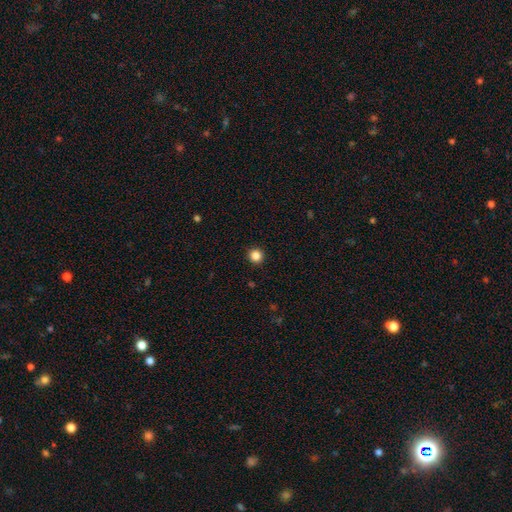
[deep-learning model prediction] Q: Smooth or featured?
A: smooth (85%); runner-up: star or artifact (12%)
Q: How rounded?
A: round (96%); runner-up: in between (3%)
Q: Merging?
A: none (93%); runner-up: minor disturbance (4%)